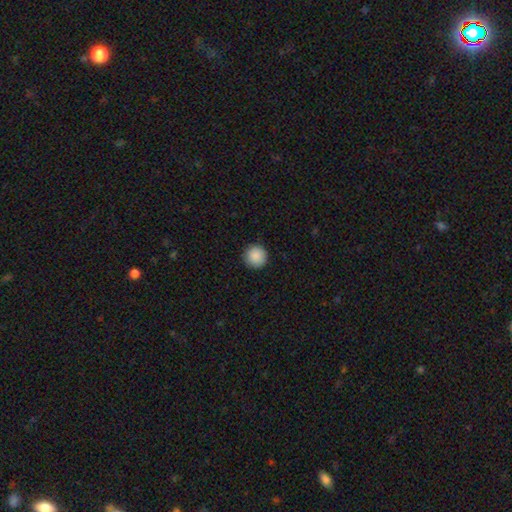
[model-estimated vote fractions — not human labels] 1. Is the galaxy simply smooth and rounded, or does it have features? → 89% smooth, 8% star or artifact, 3% featured or disk.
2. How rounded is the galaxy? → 96% round, 3% in between, 1% cigar-shaped.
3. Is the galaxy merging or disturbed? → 92% none, 6% minor disturbance, 2% major disturbance, 1% merger.